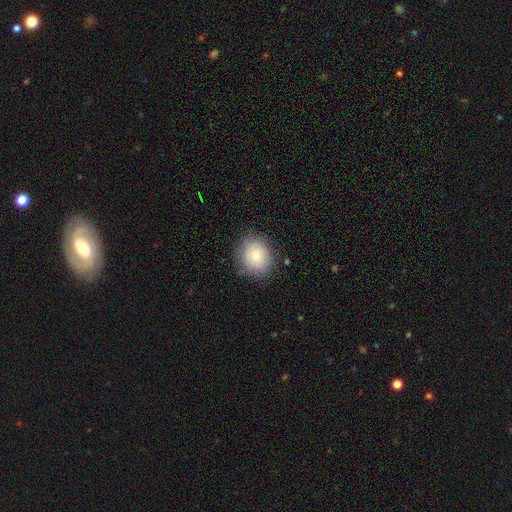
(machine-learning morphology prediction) smooth_or_featured: smooth (p=0.76) [alt: featured or disk p=0.16]
how_rounded: round (p=0.73) [alt: in between p=0.26]
merging: none (p=0.78) [alt: minor disturbance p=0.16]